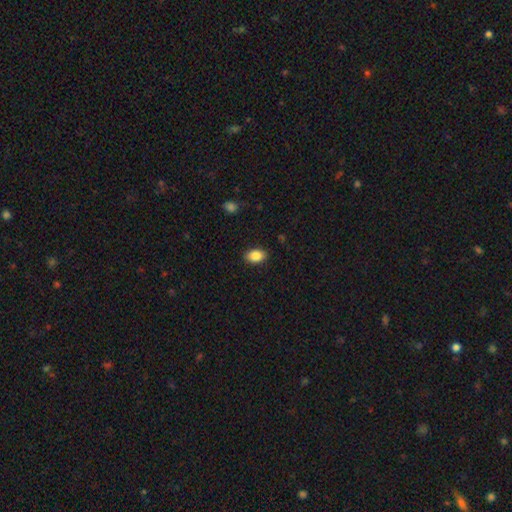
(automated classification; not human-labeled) smooth 87%, star or artifact 8%, featured or disk 5%. Down the decision tree: how rounded — in between (88%); merging — none (88%).